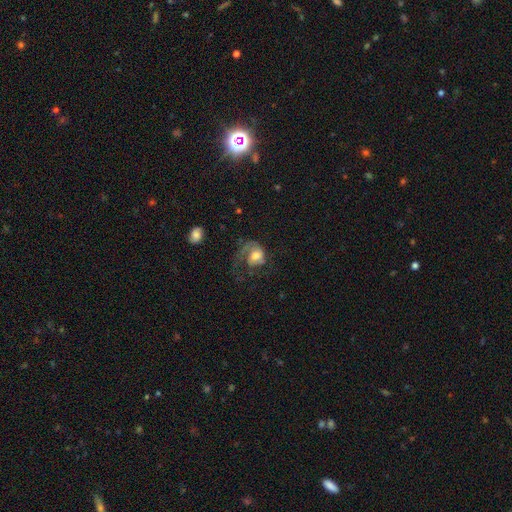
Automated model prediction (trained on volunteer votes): This appears to be a featured or disk galaxy (63%) with no bar (67%), 1 (72%) loose (41%) spiral arms (84%) and a moderate central bulge (50%). Merging: major disturbance (49%).